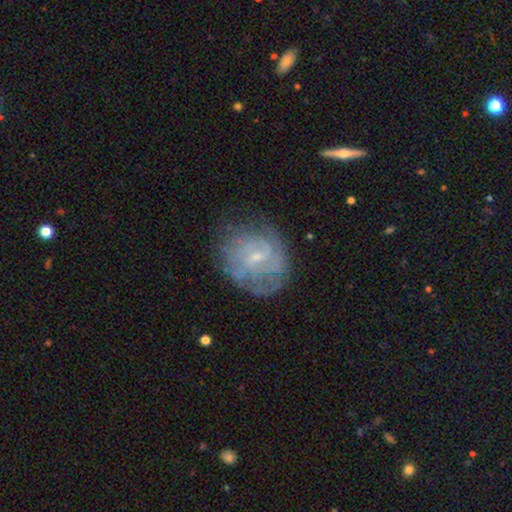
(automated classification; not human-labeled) This appears to be a featured or disk galaxy (64%) with no bar (50%), spiral arms (76%) and a small central bulge (74%). Merging: none (72%).